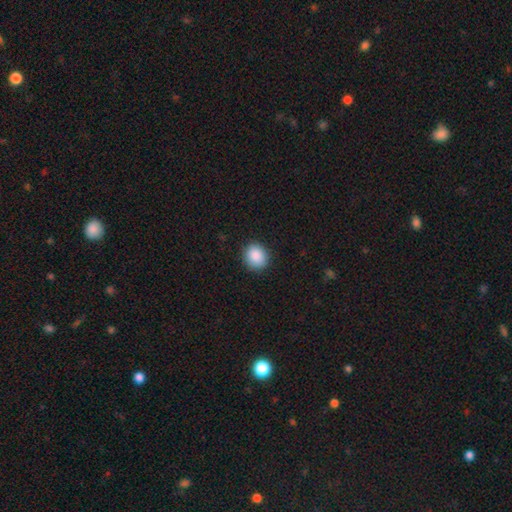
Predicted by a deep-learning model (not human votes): smooth_or_featured: smooth (p=0.89) [alt: star or artifact p=0.08]
how_rounded: round (p=0.82) [alt: in between p=0.17]
merging: none (p=0.89) [alt: minor disturbance p=0.08]